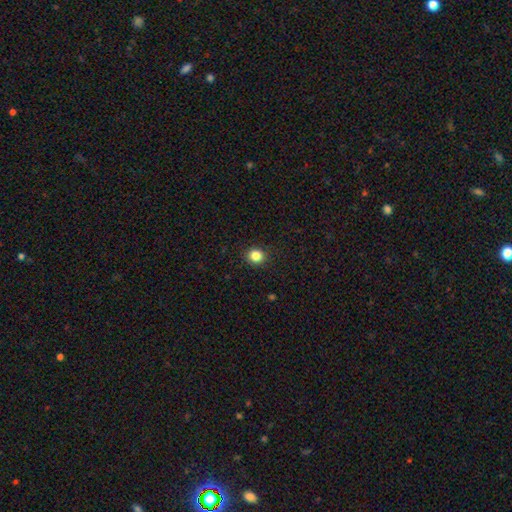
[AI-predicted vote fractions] smooth 84%, star or artifact 12%, featured or disk 4%. Down the decision tree: how rounded — round (87%); merging — none (92%).